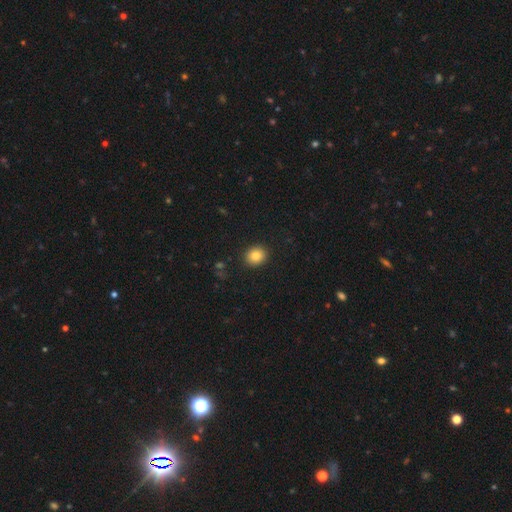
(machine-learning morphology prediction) A smooth galaxy with no disk features (83%) that is round (74%). Merging: none (91%).